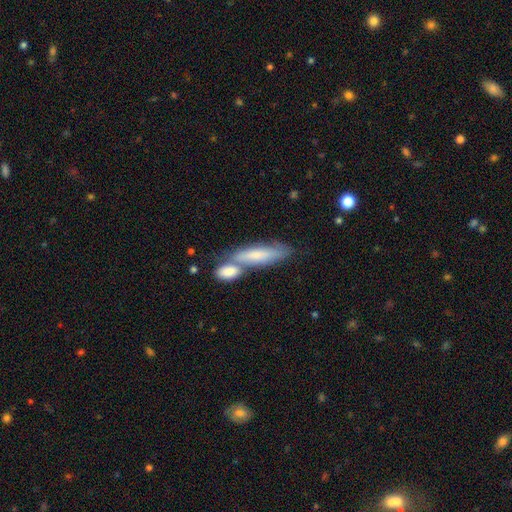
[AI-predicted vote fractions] smooth_or_featured: smooth (p=0.64) [alt: featured or disk p=0.29]
how_rounded: cigar-shaped (p=0.65) [alt: in between p=0.32]
merging: none (p=0.42) [alt: merger p=0.40]